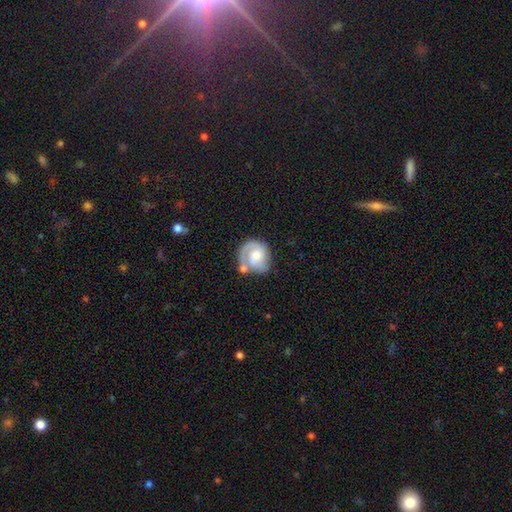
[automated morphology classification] type=featured or disk (70%); edge-on=no (98%); bar=no (67%); spiral arms=yes (90%); winding=tight (54%); arm count=1 (49%); bulge=moderate (53%); merging=none (52%).